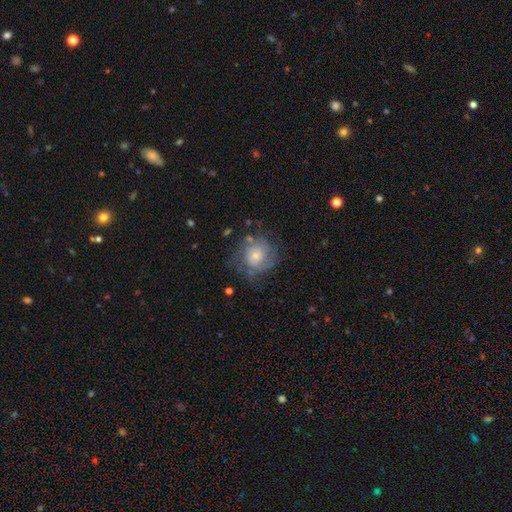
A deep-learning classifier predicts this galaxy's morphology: The model was most divided on "smooth or featured": featured or disk: 54%, smooth: 38%, star or artifact: 8%. More confident: edge-on disk — no (97%); bar — no (82%); spiral arms — yes (75%); bulge size — small (60%); merging — none (60%).